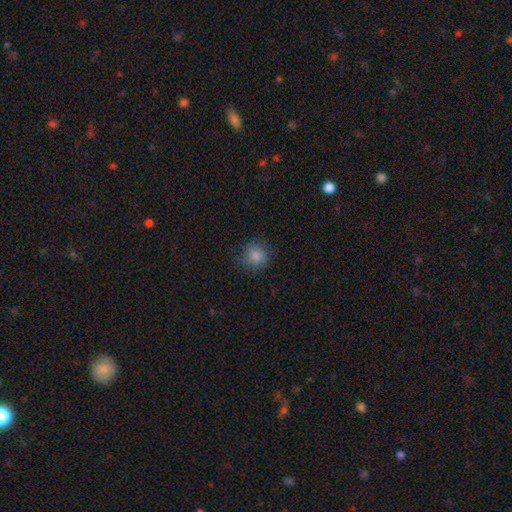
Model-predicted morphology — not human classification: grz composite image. It shows a smooth galaxy with no disk features (85%) that is round (89%). Merging: none (80%).